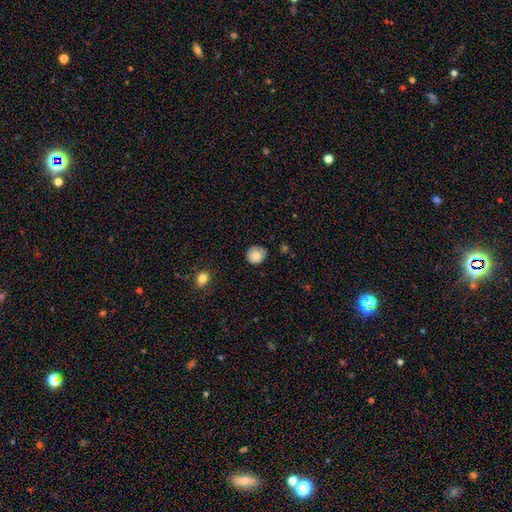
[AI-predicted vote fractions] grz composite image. It shows a smooth galaxy with no disk features (78%) that is round (90%). Merging: none (77%).